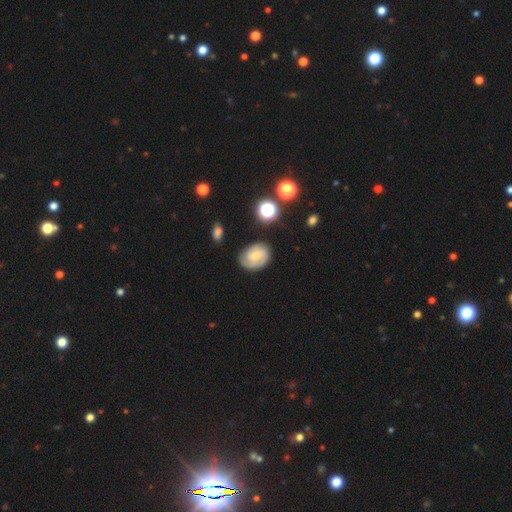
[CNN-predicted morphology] A featured or disk galaxy (56%) with no bar (52%), spiral arms (86%) and a small central bulge (55%).

Vote fractions:
- Smooth or featured? featured or disk: 56% / smooth: 35% / star or artifact: 9%
- Edge-on disk? no: 97% / yes: 3%
- Bar? no: 52% / weak: 41% / strong: 7%
- Spiral arms? yes: 86% / no: 14%
- Bulge size? small: 55% / moderate: 34% / none: 6% / large: 3% / dominant: 1%
- Merging? none: 70% / minor disturbance: 21% / major disturbance: 7% / merger: 3%